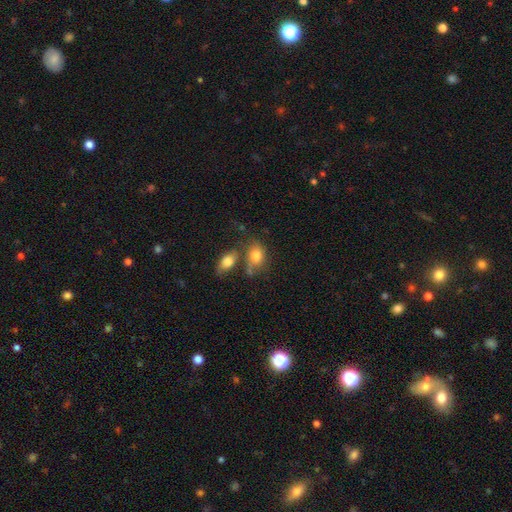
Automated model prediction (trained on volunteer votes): Overall: smooth (80%). How rounded: in between (72%). Merging: none (49%; merger 29%).